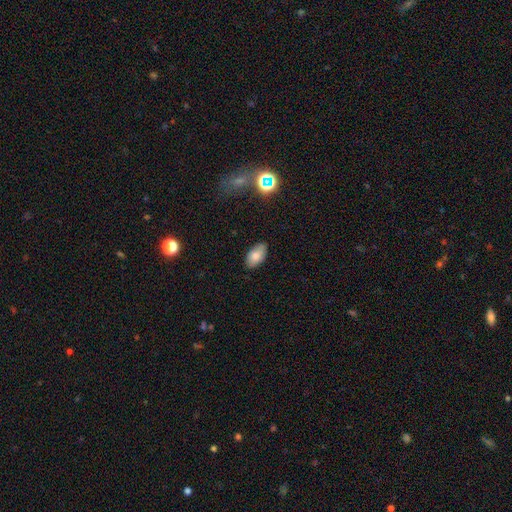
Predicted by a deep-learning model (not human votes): A smooth galaxy with no disk features (79%) that is in between round and cigar-shaped (94%). Merging: none (82%).